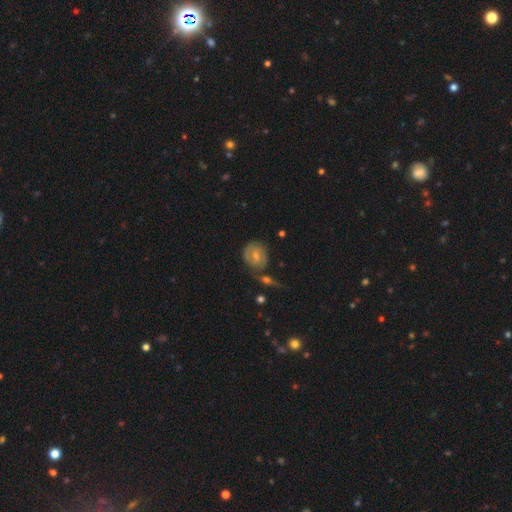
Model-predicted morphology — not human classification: This is possibly a featured or disk galaxy (58%). It is clearly not viewed edge-on (96%). Bar: possibly weak (52%). Spiral arm pattern: clearly yes (82%). Central bulge: possibly small (49%). Merging: likely none (63%).